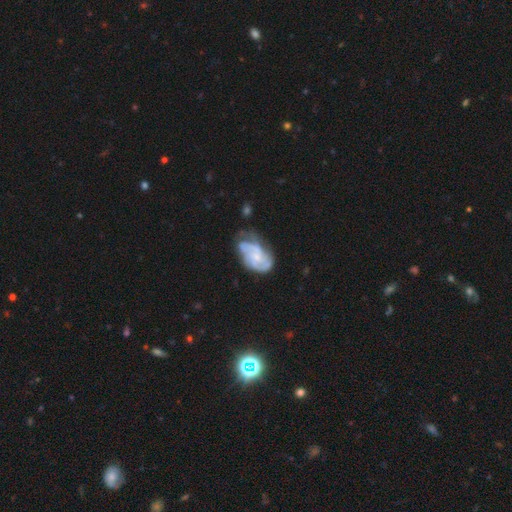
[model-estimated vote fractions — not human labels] Smooth or featured?
  - featured or disk: 75% *
  - smooth: 19%
  - star or artifact: 6%
Edge-on disk?
  - no: 98% *
  - yes: 2%
Bar?
  - no: 71% *
  - weak: 25%
  - strong: 4%
Spiral arms?
  - yes: 89% *
  - no: 11%
Spiral winding?
  - tight: 43% *
  - medium: 42%
  - loose: 15%
Spiral arm count?
  - 3: 34% *
  - can't tell: 26%
  - 2: 24%
  - 4: 8%
  - 1: 4%
  - more than 4: 4%
Bulge size?
  - small: 62% *
  - moderate: 26%
  - none: 9%
  - large: 2%
  - dominant: 1%
Merging?
  - none: 42% *
  - minor disturbance: 33%
  - major disturbance: 21%
  - merger: 4%